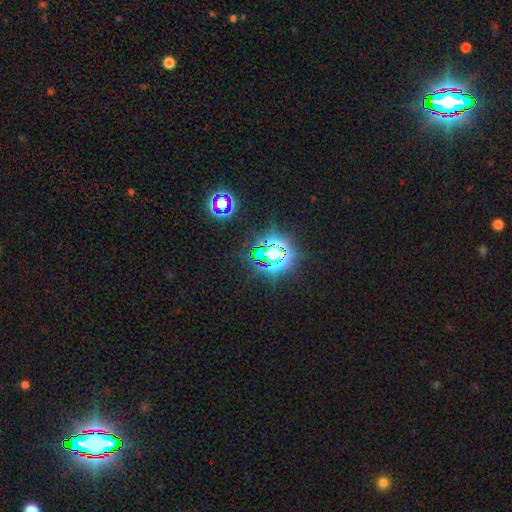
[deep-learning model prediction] A star or artifact, not a galaxy (81%).

Vote fractions:
- Smooth or featured? star or artifact: 81% / smooth: 13% / featured or disk: 6%